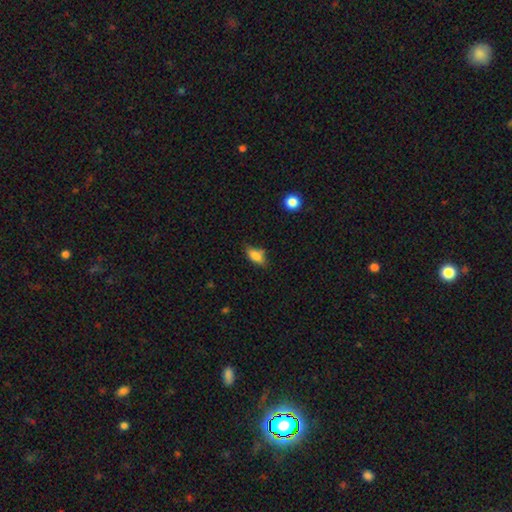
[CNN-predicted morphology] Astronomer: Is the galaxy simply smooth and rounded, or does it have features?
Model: smooth — 81%.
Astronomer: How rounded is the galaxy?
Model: in between — 84%.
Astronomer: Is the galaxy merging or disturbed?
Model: none — 63%.